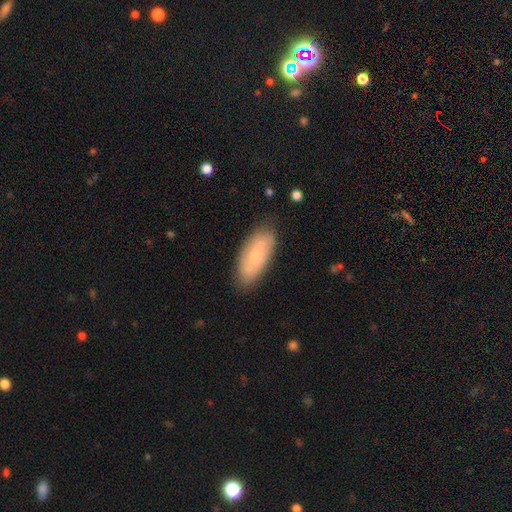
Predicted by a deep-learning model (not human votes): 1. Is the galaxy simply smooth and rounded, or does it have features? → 60% smooth, 33% featured or disk, 6% star or artifact.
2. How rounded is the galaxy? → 85% in between, 13% cigar-shaped, 2% round.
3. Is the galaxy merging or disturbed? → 80% none, 15% minor disturbance, 3% major disturbance, 1% merger.